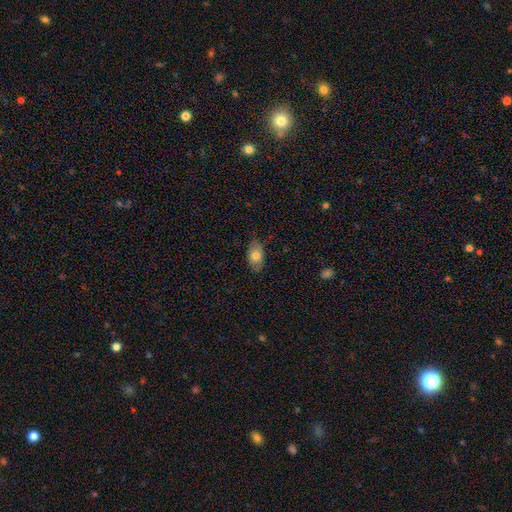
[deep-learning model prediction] Smooth or featured?
  - smooth: 72% *
  - featured or disk: 21%
  - star or artifact: 7%
How rounded?
  - in between: 91% *
  - round: 7%
  - cigar-shaped: 3%
Merging?
  - none: 80% *
  - minor disturbance: 16%
  - major disturbance: 3%
  - merger: 1%